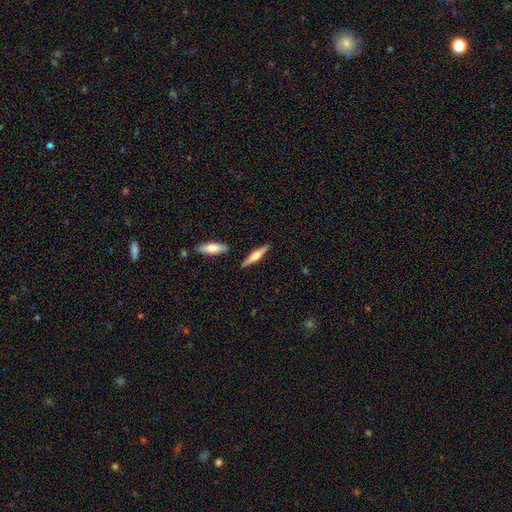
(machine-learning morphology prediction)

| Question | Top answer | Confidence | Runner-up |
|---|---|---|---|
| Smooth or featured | featured or disk | 50% | smooth (44%) |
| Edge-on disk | yes | 96% | no (4%) |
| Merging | none | 85% | minor disturbance (9%) |